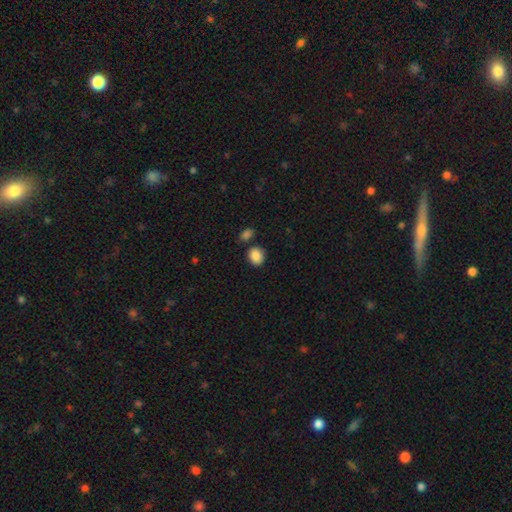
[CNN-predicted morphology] The model was most divided on "how rounded": round: 60%, in between: 38%, cigar-shaped: 1%. More confident: smooth or featured — smooth (88%); merging — none (75%).